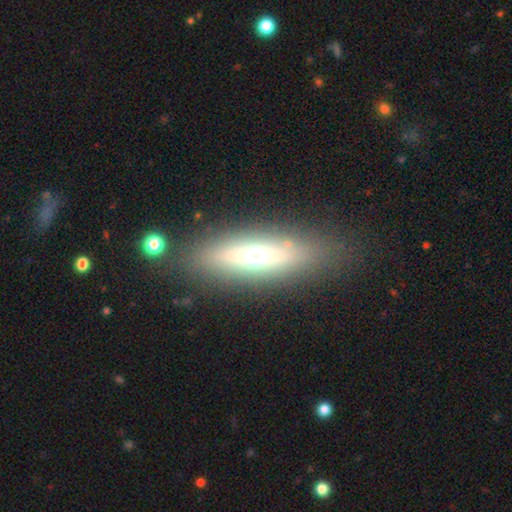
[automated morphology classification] The model was most divided on "smooth or featured": featured or disk: 49%, smooth: 42%, star or artifact: 9%. More confident: merging — none (82%).